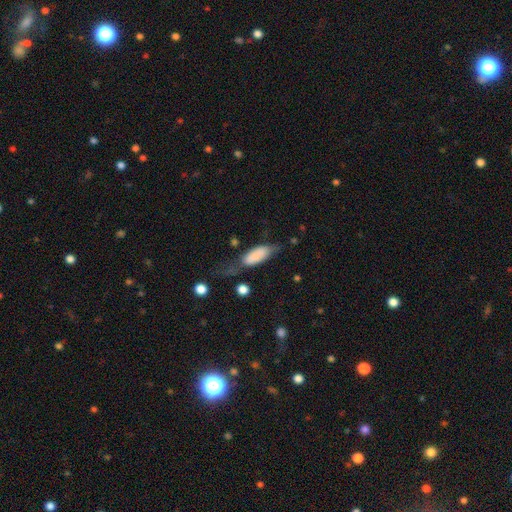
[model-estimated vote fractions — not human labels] The model was most divided on "merging": none: 37%, minor disturbance: 30%, major disturbance: 27%, merger: 6%. More confident: smooth or featured — smooth (77%); how rounded — in between (74%).